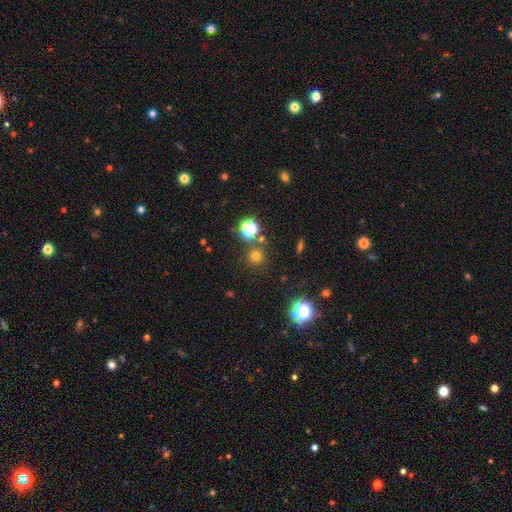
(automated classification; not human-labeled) Q: Smooth or featured?
A: smooth (67%); runner-up: star or artifact (26%)
Q: How rounded?
A: round (94%); runner-up: in between (5%)
Q: Merging?
A: none (81%); runner-up: merger (8%)